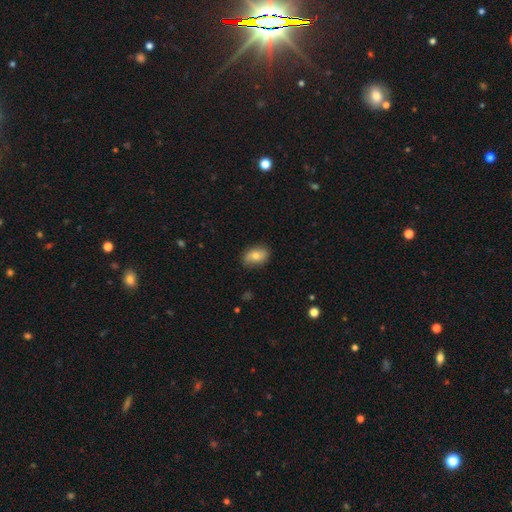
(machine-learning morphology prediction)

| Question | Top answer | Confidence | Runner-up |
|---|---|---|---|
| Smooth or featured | smooth | 69% | featured or disk (23%) |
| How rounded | in between | 82% | round (16%) |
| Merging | none | 79% | minor disturbance (17%) |